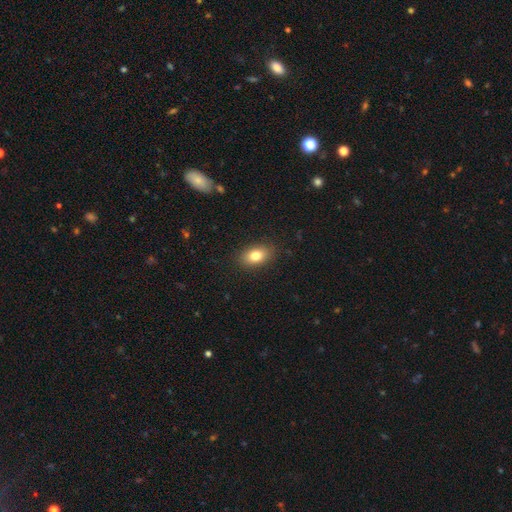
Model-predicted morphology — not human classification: This is clearly a smooth galaxy (81%). How rounded: clearly in between (85%). Merging: clearly none (88%).